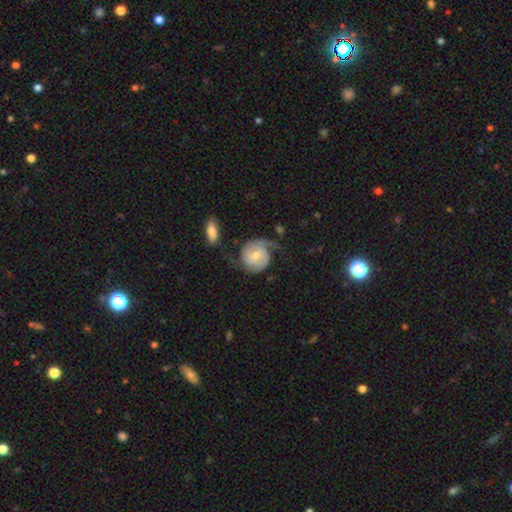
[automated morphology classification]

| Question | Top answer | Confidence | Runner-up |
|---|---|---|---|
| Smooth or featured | featured or disk | 82% | smooth (13%) |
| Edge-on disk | no | 98% | yes (2%) |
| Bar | no | 51% | weak (40%) |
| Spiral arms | yes | 96% | no (4%) |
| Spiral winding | medium | 42% | tight (33%) |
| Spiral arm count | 2 | 79% | can't tell (6%) |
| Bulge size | moderate | 53% | small (39%) |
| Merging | none | 58% | minor disturbance (19%) |